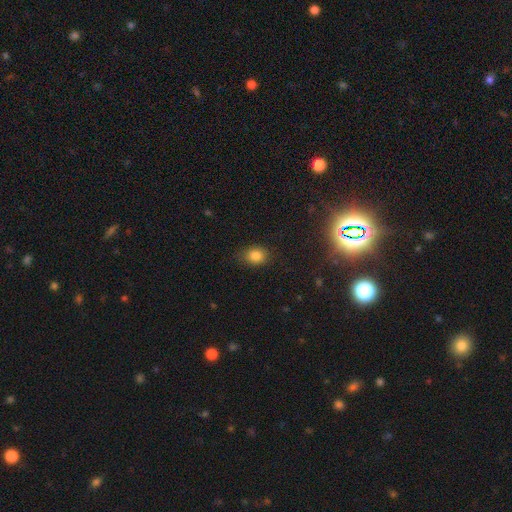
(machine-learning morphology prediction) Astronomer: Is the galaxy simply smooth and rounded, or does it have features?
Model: smooth — 82%.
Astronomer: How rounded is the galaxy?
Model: round — 52% (runner-up: in between, 47%).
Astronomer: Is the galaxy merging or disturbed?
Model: none — 81%.